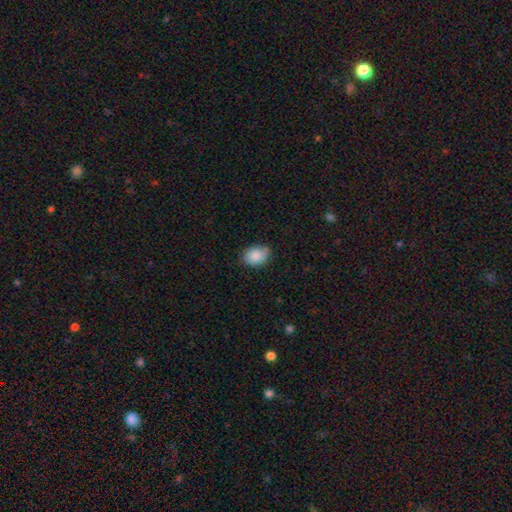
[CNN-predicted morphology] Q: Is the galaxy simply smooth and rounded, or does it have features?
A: smooth — 88%.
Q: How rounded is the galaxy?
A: in between — 72%.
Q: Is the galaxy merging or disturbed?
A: none — 81%.